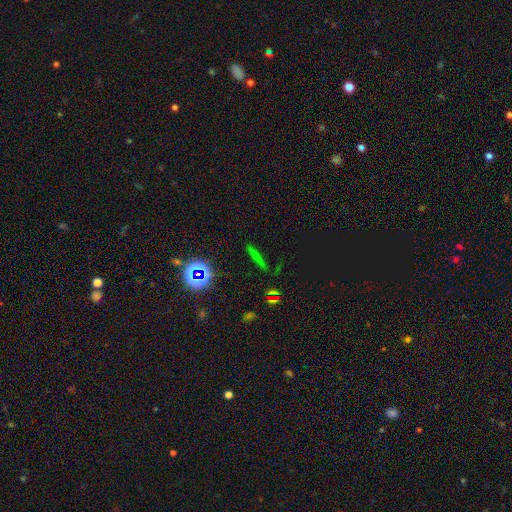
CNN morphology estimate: This is marginally a star or artifact rather than a galaxy (43%).